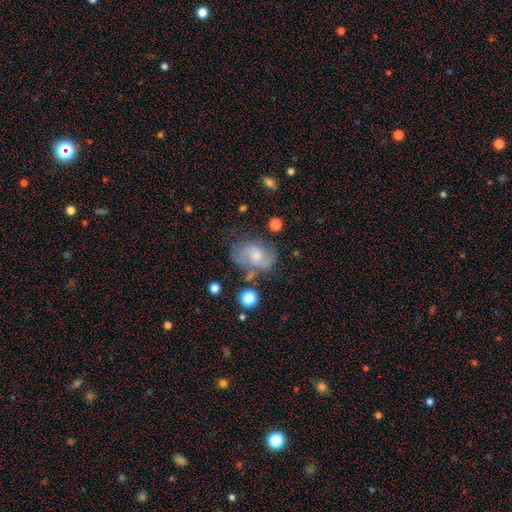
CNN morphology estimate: type=featured or disk (61%); edge-on=no (97%); bar=no (58%); spiral arms=yes (85%); winding=medium (48%); arm count=2 (77%); bulge=small (44%); merging=none (54%).